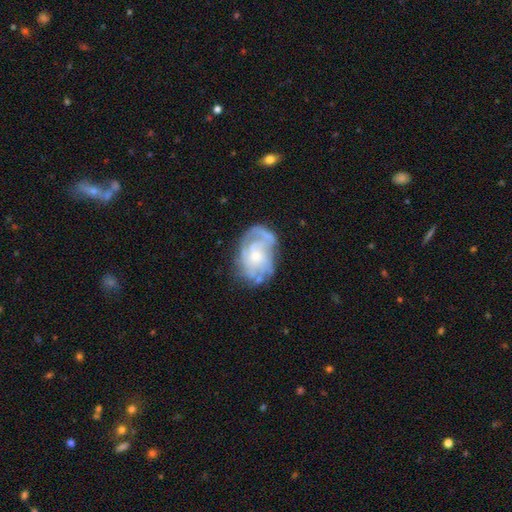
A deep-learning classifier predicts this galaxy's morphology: This appears to be a featured or disk galaxy (77%) with no bar (73%), tight (55%) spiral arms (83%) and a small central bulge (52%). Merging: none (60%).